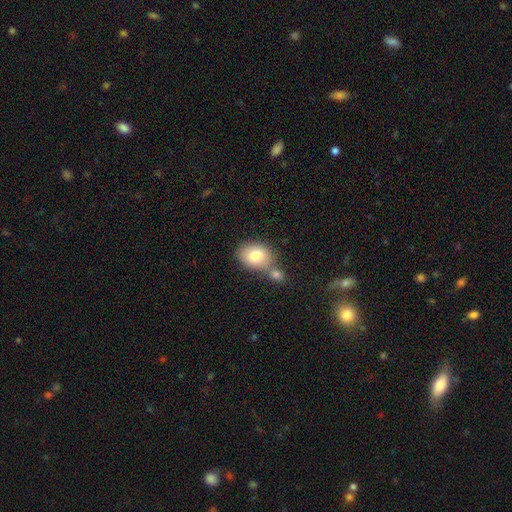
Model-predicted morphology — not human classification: Smooth or featured: smooth — 78% (featured or disk — 14%)
How rounded: in between — 69% (round — 30%)
Merging: none — 42% (merger — 40%)